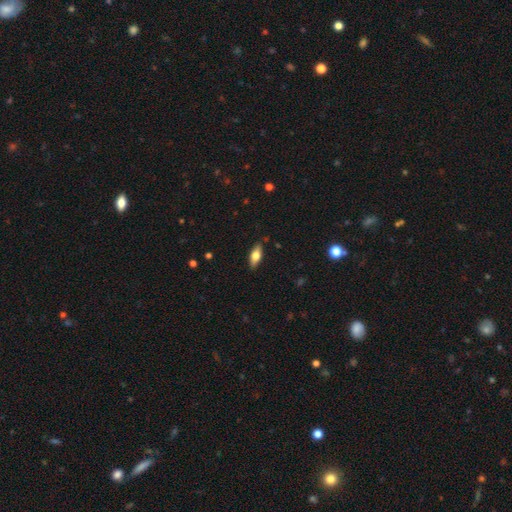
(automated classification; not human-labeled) This appears to be a smooth galaxy with no disk features (65%) that is in between round and cigar-shaped (77%). Merging: none (86%).